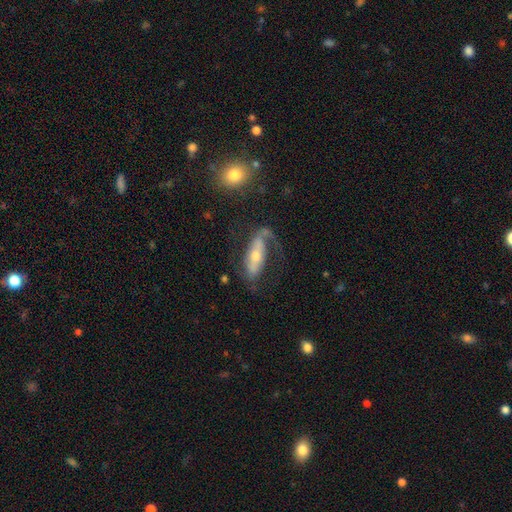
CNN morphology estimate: The model was most divided on "merging": none: 45%, major disturbance: 30%, minor disturbance: 20%, merger: 4%. Remaining: edge-on disk — no (80%); spiral arms — yes (77%); smooth or featured — featured or disk (65%); bulge size — moderate (54%); bar — no (46%).